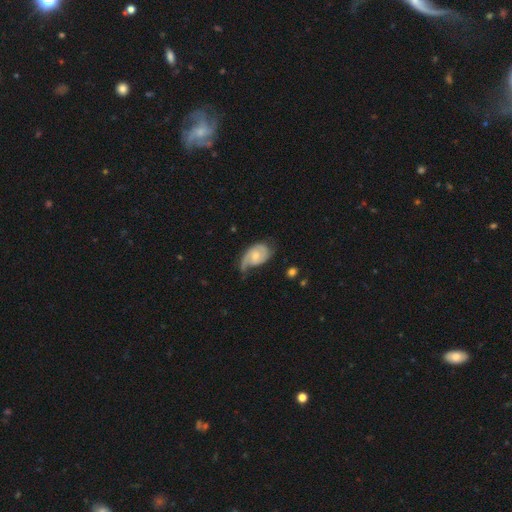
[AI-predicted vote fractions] featured or disk 69%, smooth 26%, star or artifact 5%. Down the decision tree: edge-on disk — no (96%); bar — no (65%); spiral arms — yes (90%); spiral arm count — 2 (48%); spiral winding — medium (38%); bulge size — moderate (50%); merging — none (39%).